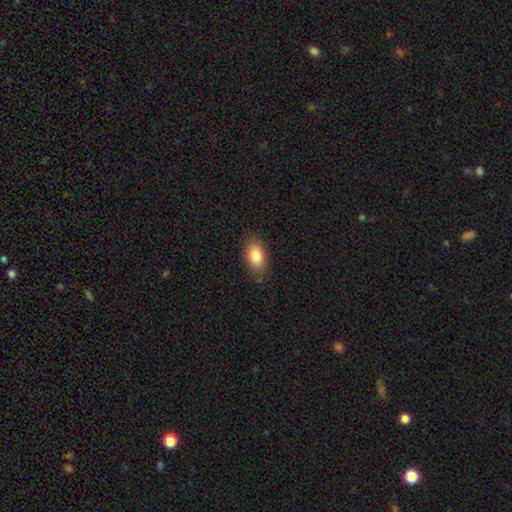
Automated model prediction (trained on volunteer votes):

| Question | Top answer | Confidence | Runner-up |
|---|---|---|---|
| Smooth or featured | smooth | 85% | featured or disk (8%) |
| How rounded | in between | 91% | round (6%) |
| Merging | none | 80% | minor disturbance (15%) |